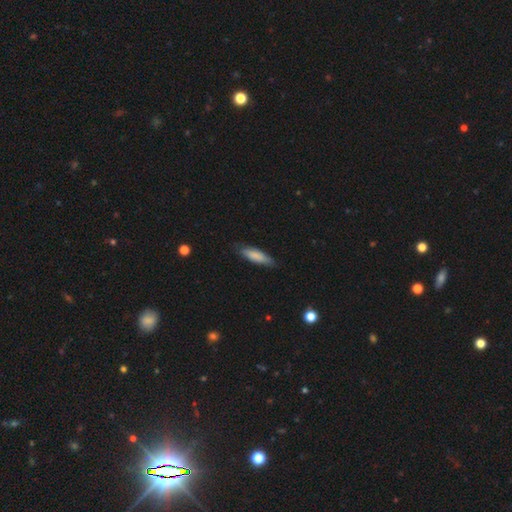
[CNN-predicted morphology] Smooth or featured? smooth (80%)
How rounded? cigar-shaped (59%)
Merging? none (79%)